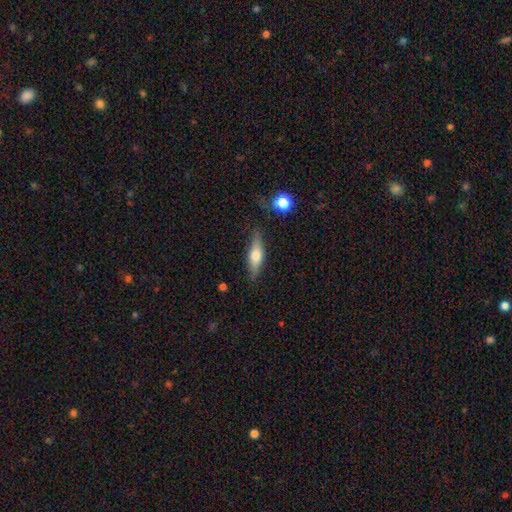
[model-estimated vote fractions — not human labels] A smooth galaxy with no disk features (54%) that is cigar-shaped (54%). Merging: none (81%).